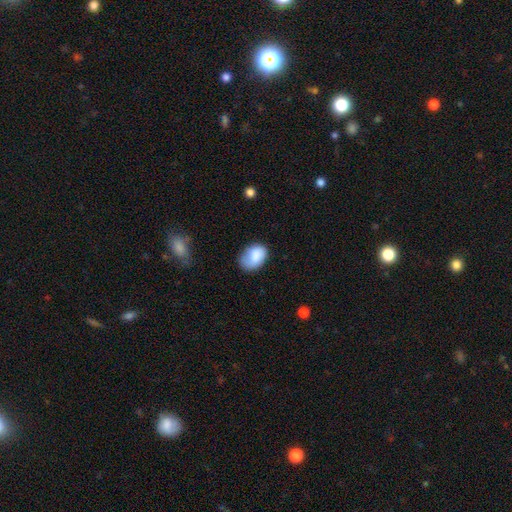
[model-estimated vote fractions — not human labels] smooth_or_featured: smooth (p=0.81) [alt: featured or disk p=0.11]
how_rounded: in between (p=0.81) [alt: round p=0.18]
merging: none (p=0.56) [alt: minor disturbance p=0.31]